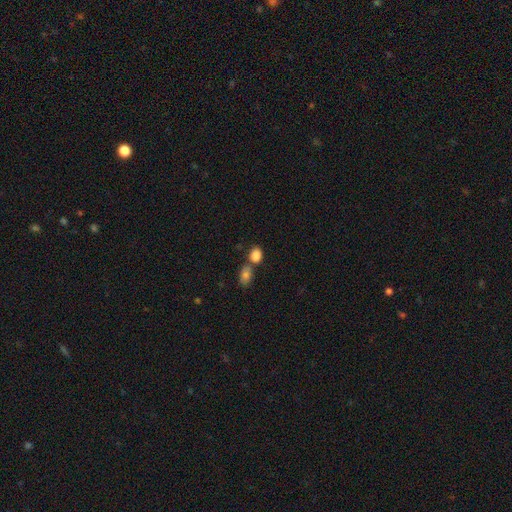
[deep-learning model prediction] The model was most divided on "merging" (2-way tie): merger: 43%, none: 43%, minor disturbance: 10%, major disturbance: 4%. More confident: smooth or featured — smooth (85%); how rounded — in between (69%).